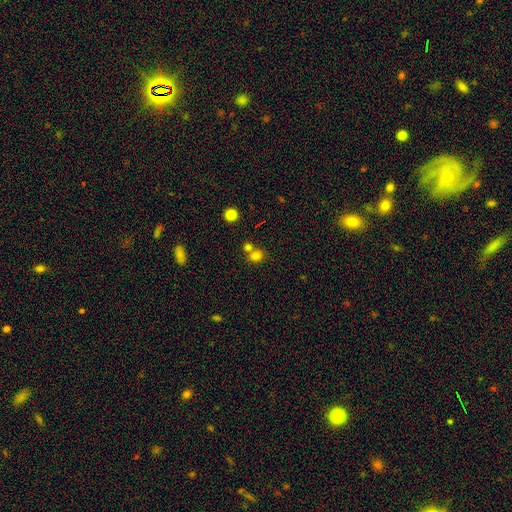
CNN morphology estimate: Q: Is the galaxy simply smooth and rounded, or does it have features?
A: smooth — 77%.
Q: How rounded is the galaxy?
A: round — 71%.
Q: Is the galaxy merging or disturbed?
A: none — 55%.